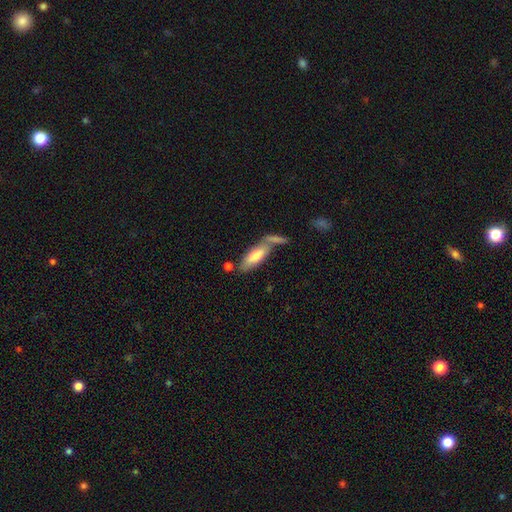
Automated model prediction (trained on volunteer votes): Smooth or featured? Predicted: smooth (p=0.69). How rounded? Predicted: in between (p=0.59). Merging? Predicted: none (p=0.53).